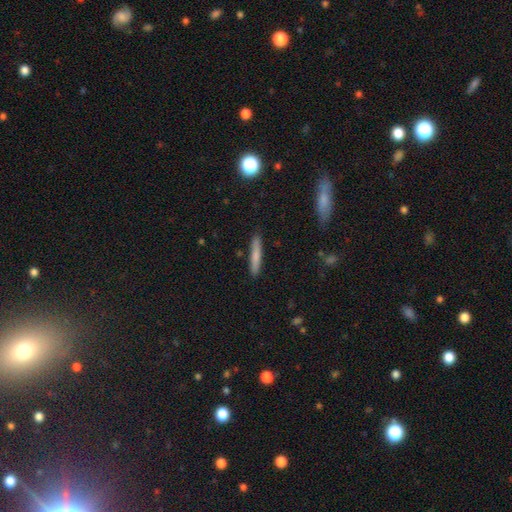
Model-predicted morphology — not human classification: A smooth galaxy with no disk features (77%) that is cigar-shaped (92%). Merging: none (88%).